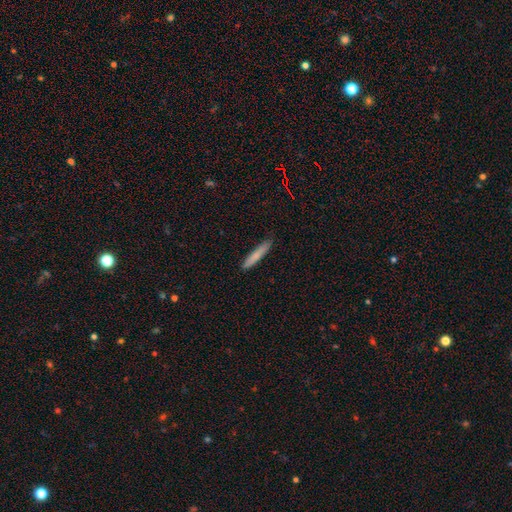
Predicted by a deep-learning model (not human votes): The model was most divided on "smooth or featured": smooth: 78%, featured or disk: 16%, star or artifact: 6%. More confident: how rounded — cigar-shaped (93%); merging — none (88%).